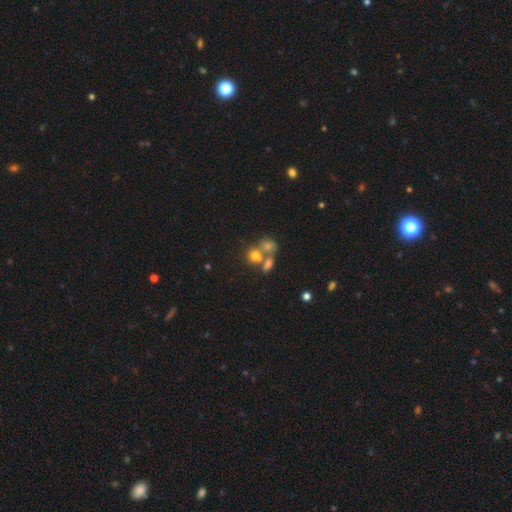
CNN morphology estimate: smooth-or-featured: smooth: 68% | featured or disk: 17% | star or artifact: 15%
  how-rounded: round: 71% | in between: 28% | cigar-shaped: 1%
  merging: merger: 46% | none: 39% | minor disturbance: 9% | major disturbance: 6%